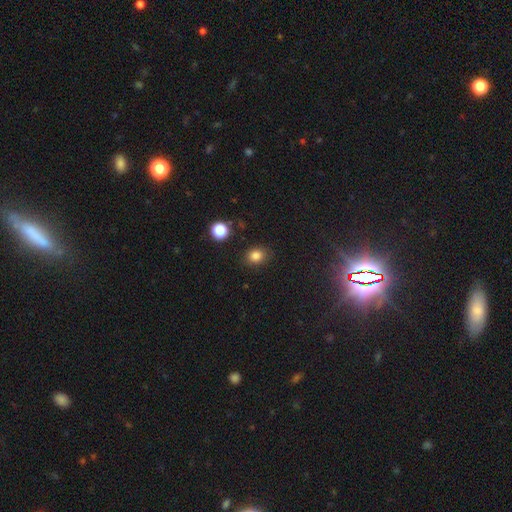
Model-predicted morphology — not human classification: smooth_or_featured: smooth (p=0.83) [alt: star or artifact p=0.13]
how_rounded: round (p=0.57) [alt: in between p=0.42]
merging: none (p=0.85) [alt: minor disturbance p=0.10]